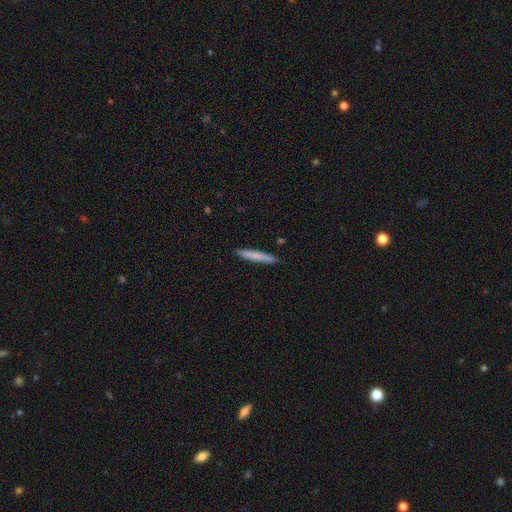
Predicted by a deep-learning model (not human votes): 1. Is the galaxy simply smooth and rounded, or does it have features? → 74% smooth, 20% featured or disk, 6% star or artifact.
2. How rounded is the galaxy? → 95% cigar-shaped, 4% in between, 1% round.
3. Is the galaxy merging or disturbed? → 90% none, 7% minor disturbance, 1% major disturbance, 1% merger.